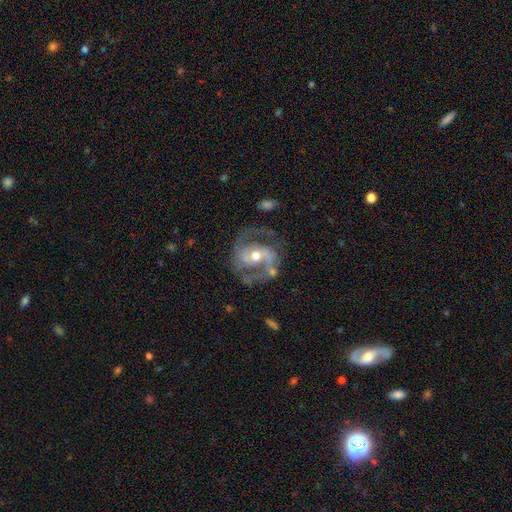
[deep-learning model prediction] This appears to be a featured or disk galaxy (88%) with no bar (40%), 2 (87%) medium (58%) spiral arms (95%) and a moderate central bulge (70%). Merging: none (65%).